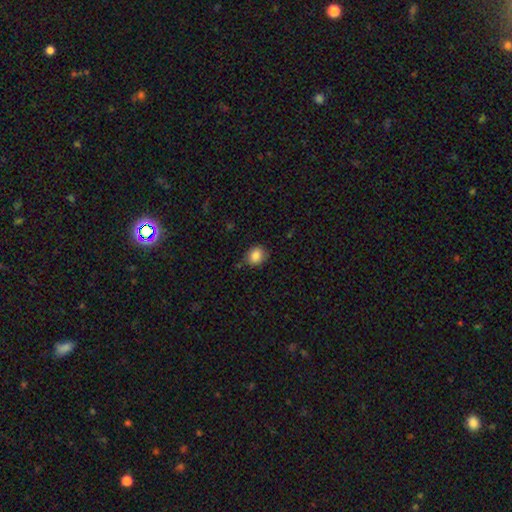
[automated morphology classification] smooth_or_featured: smooth (p=0.86) [alt: star or artifact p=0.09]
how_rounded: round (p=0.61) [alt: in between p=0.38]
merging: none (p=0.78) [alt: minor disturbance p=0.17]